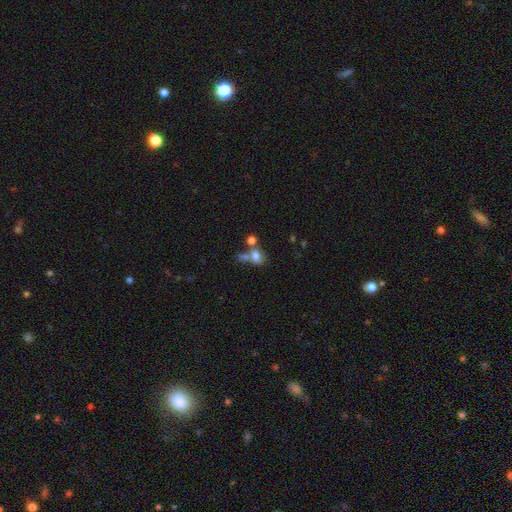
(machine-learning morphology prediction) Overall: smooth (72%). How rounded: in between (59%; round 39%). Merging: merger (44%; none 33%).